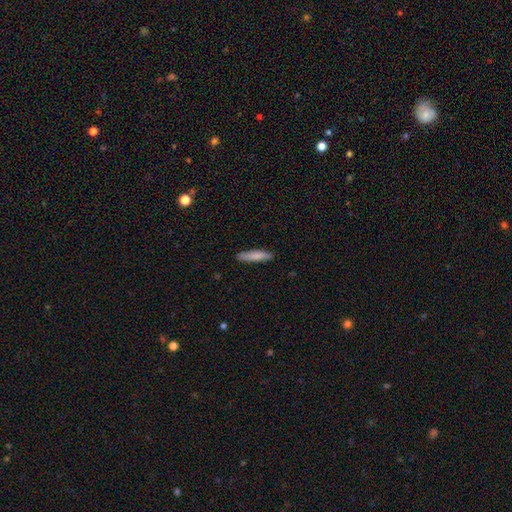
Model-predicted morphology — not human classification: Q: Smooth or featured?
A: smooth (80%); runner-up: featured or disk (14%)
Q: How rounded?
A: cigar-shaped (84%); runner-up: in between (14%)
Q: Merging?
A: none (87%); runner-up: minor disturbance (10%)